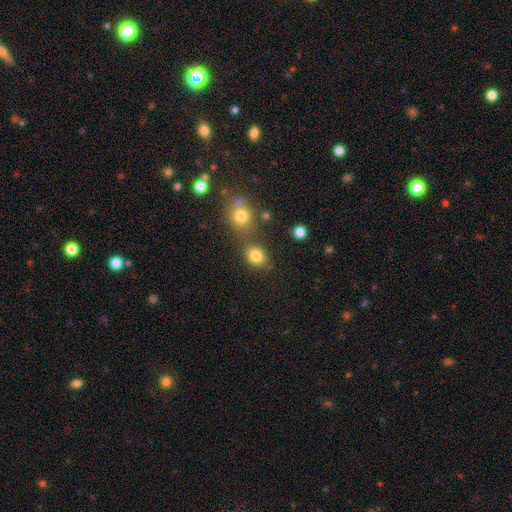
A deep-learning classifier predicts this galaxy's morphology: Overall: smooth (81%). How rounded: round (54%; in between 44%). Merging: none (63%).